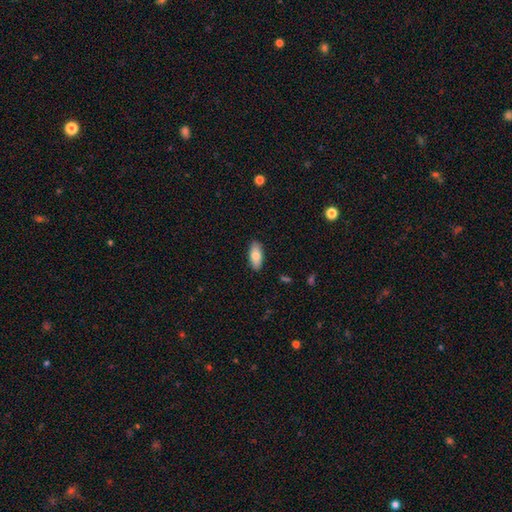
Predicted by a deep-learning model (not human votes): Overall: smooth (80%). How rounded: in between (85%). Merging: none (89%).